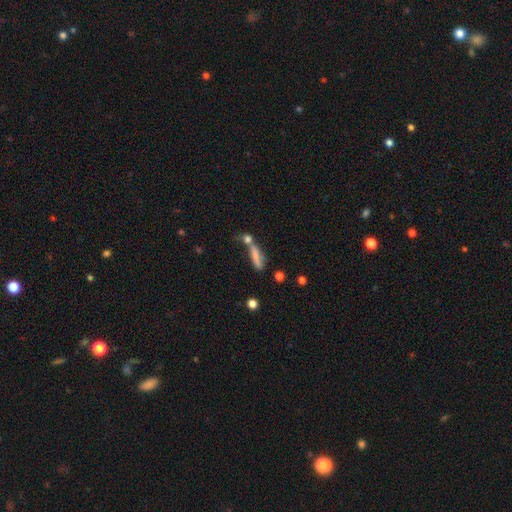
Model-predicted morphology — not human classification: This appears to be a smooth galaxy with no disk features (67%) that is cigar-shaped (67%). Merging: merger (37%).